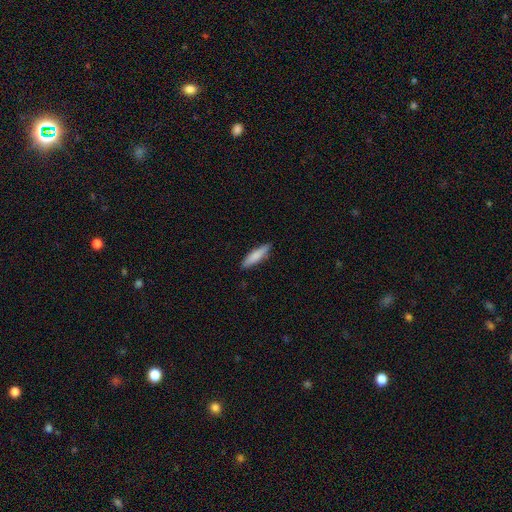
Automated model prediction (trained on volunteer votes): Overall: smooth (82%). How rounded: cigar-shaped (74%). Merging: none (88%).